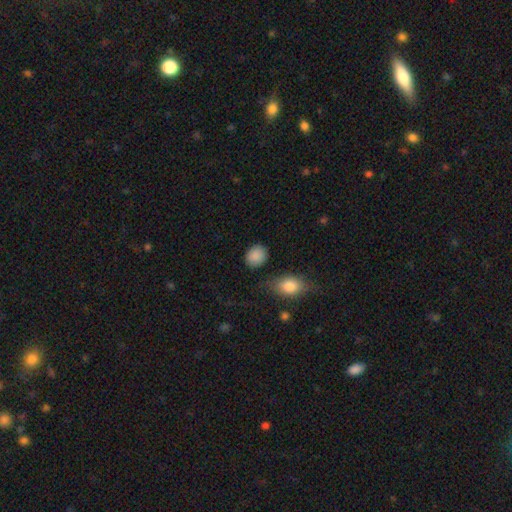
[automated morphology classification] This is clearly a smooth galaxy (88%). How rounded: likely round (62%). Merging: clearly none (81%).